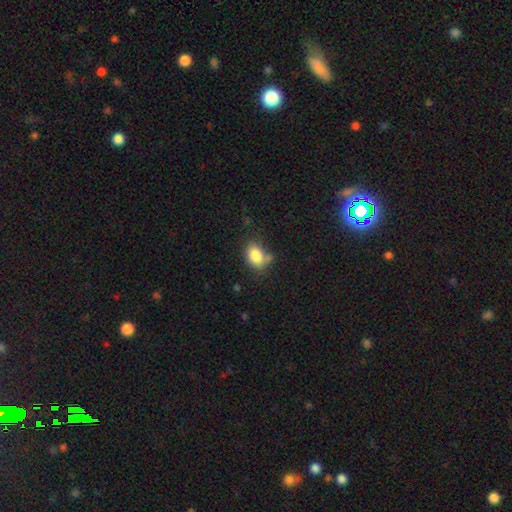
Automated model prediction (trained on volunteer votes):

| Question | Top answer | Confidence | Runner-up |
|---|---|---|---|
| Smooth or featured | smooth | 83% | star or artifact (9%) |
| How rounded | in between | 76% | round (23%) |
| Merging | none | 60% | minor disturbance (22%) |